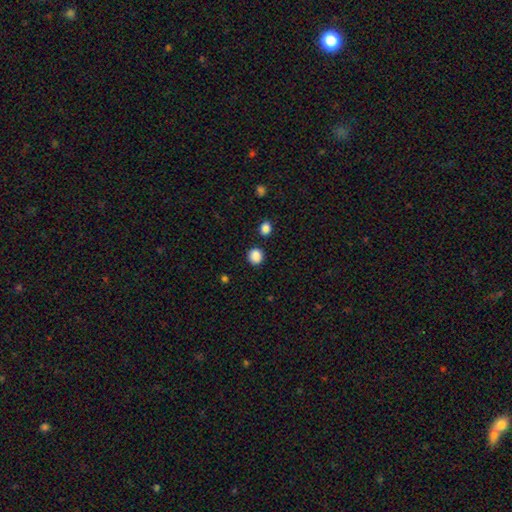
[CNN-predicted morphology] Smooth or featured?
  - smooth: 87% *
  - star or artifact: 10%
  - featured or disk: 3%
How rounded?
  - round: 81% *
  - in between: 18%
  - cigar-shaped: 1%
Merging?
  - none: 85% *
  - minor disturbance: 8%
  - merger: 4%
  - major disturbance: 3%